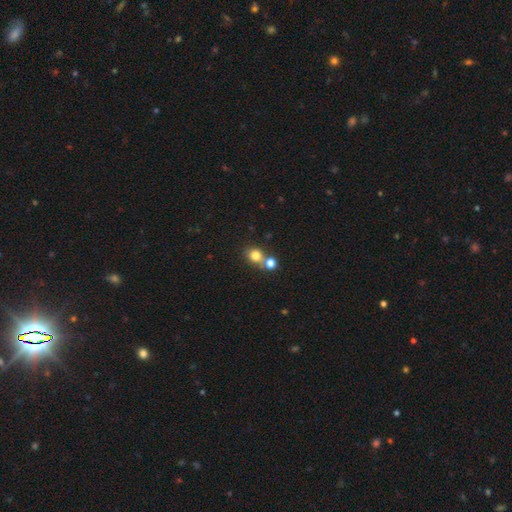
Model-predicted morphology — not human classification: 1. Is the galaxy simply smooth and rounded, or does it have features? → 77% smooth, 14% star or artifact, 9% featured or disk.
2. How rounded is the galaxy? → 76% round, 23% in between, 1% cigar-shaped.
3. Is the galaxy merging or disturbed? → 53% none, 36% merger, 8% minor disturbance, 3% major disturbance.